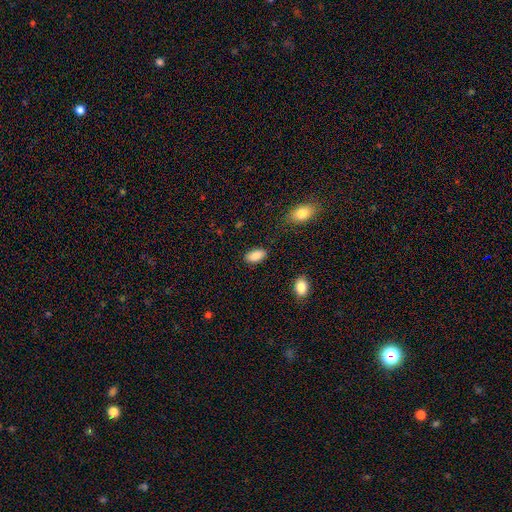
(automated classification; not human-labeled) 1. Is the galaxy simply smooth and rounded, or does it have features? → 88% smooth, 7% star or artifact, 5% featured or disk.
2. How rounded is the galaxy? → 93% in between, 4% cigar-shaped, 3% round.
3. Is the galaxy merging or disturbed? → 86% none, 10% minor disturbance, 3% major disturbance, 2% merger.